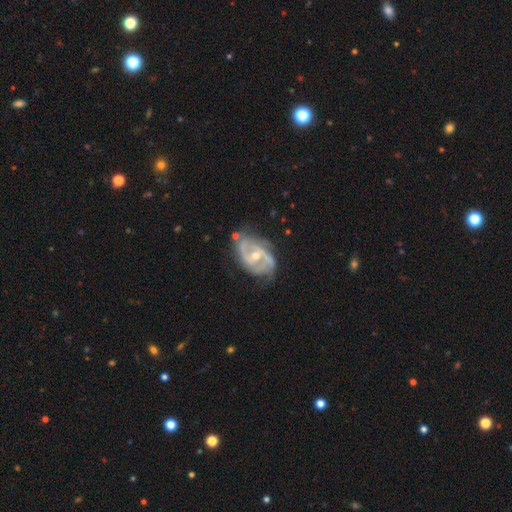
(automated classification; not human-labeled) A featured or disk galaxy (88%) with a weak bar (45%), 2 (67%) medium (50%) spiral arms (94%) and a moderate central bulge (50%). Merging: none (63%).